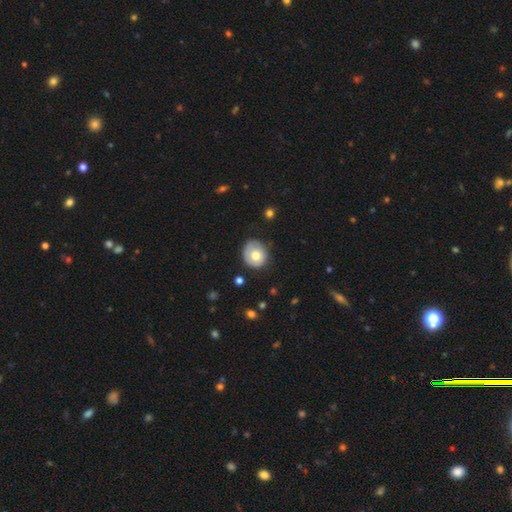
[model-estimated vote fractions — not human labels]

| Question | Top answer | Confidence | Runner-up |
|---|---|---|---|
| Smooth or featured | smooth | 67% | featured or disk (26%) |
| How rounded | round | 80% | in between (19%) |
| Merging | none | 70% | minor disturbance (23%) |